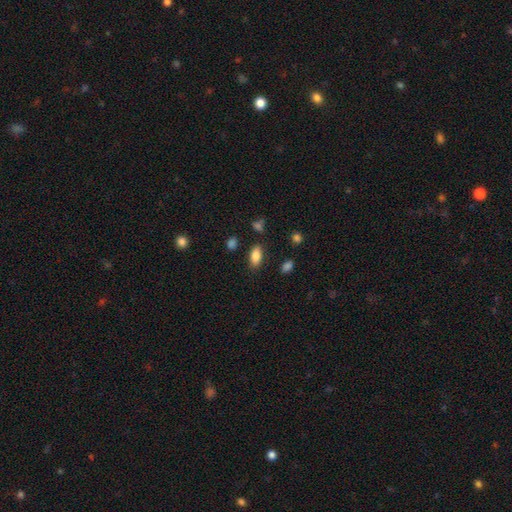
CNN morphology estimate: smooth 85%, star or artifact 8%, featured or disk 7%. Down the decision tree: how rounded — in between (90%); merging — none (84%).